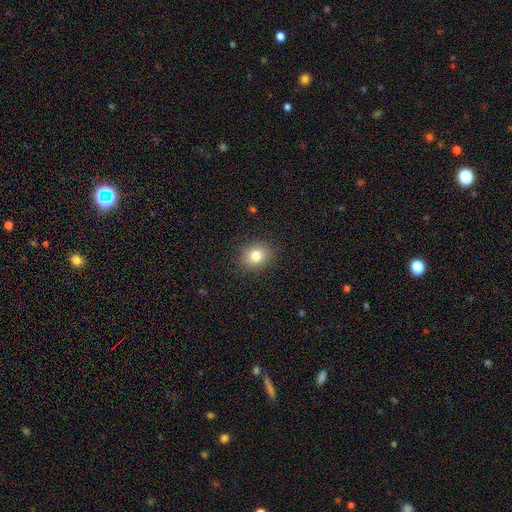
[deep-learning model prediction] This is clearly a smooth galaxy (80%). How rounded: likely round (71%). Merging: clearly none (89%).